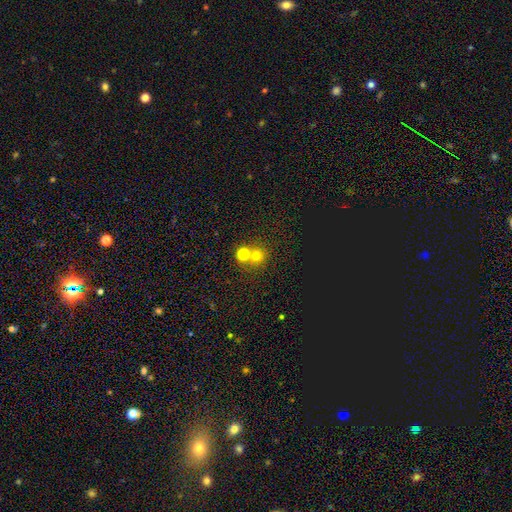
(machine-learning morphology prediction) smooth_or_featured: smooth (p=0.72) [alt: star or artifact p=0.18]
how_rounded: round (p=0.86) [alt: in between p=0.13]
merging: none (p=0.48) [alt: merger p=0.43]